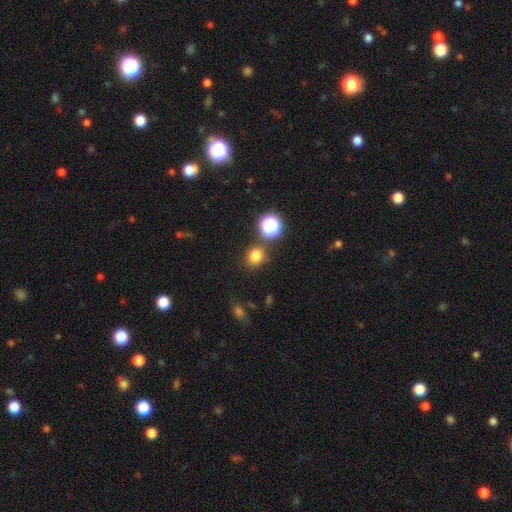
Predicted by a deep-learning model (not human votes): smooth 78%, star or artifact 17%, featured or disk 5%. Down the decision tree: how rounded — round (82%); merging — none (81%).